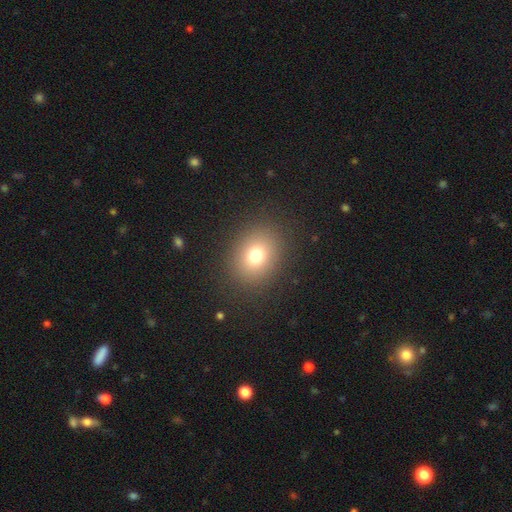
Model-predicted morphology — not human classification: type=smooth (75%); roundness=round (60%); merging=none (87%).